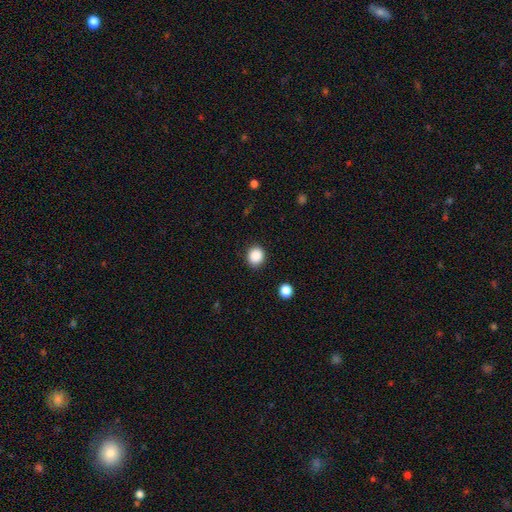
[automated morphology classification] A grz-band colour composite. It shows a smooth galaxy with no disk features (88%) that is round (84%). Merging: none (90%).